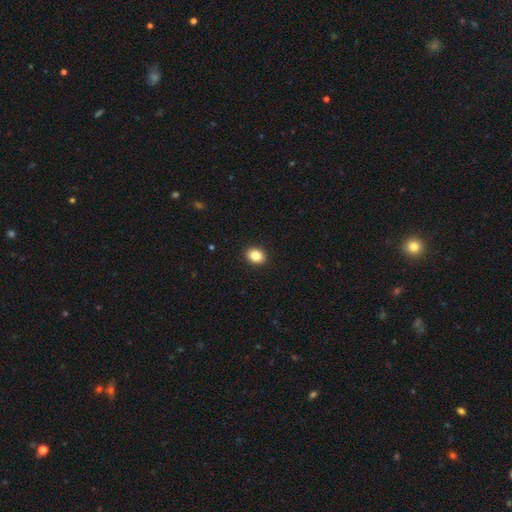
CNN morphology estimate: Q: Smooth or featured?
A: smooth (85%); runner-up: star or artifact (9%)
Q: How rounded?
A: in between (51%); runner-up: round (48%)
Q: Merging?
A: none (92%); runner-up: minor disturbance (6%)